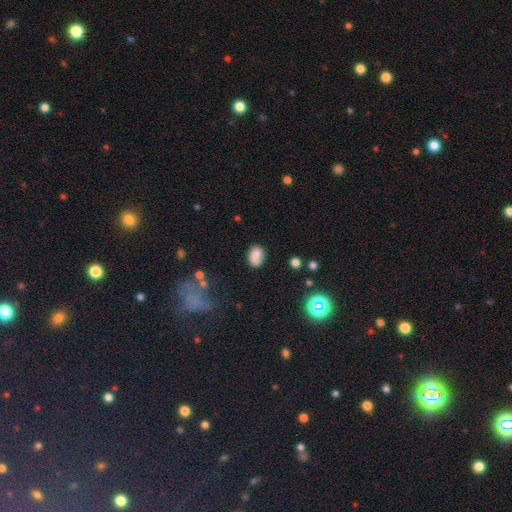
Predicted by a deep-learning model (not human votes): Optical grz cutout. It shows a smooth galaxy with no disk features (72%) that is in between round and cigar-shaped (73%). Merging: none (62%).